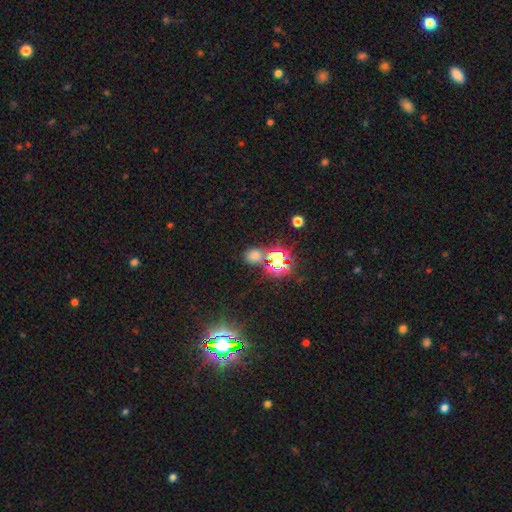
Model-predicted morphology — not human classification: The model was most divided on "smooth or featured": smooth: 48%, star or artifact: 45%, featured or disk: 6%. More confident: merging — none (76%).